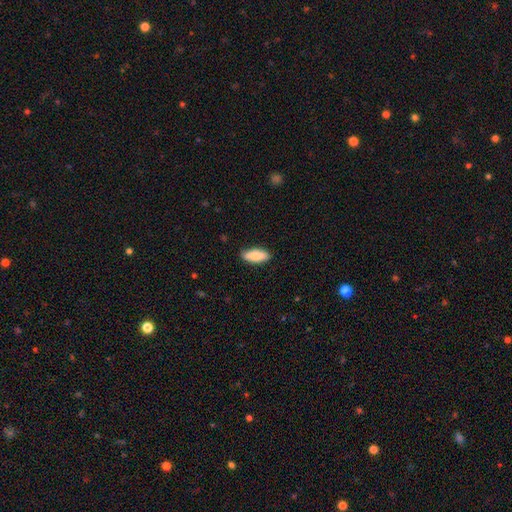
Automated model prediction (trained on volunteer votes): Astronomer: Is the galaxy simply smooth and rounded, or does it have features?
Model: smooth — 78%.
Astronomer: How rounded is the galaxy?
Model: in between — 77%.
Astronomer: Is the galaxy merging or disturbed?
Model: none — 86%.